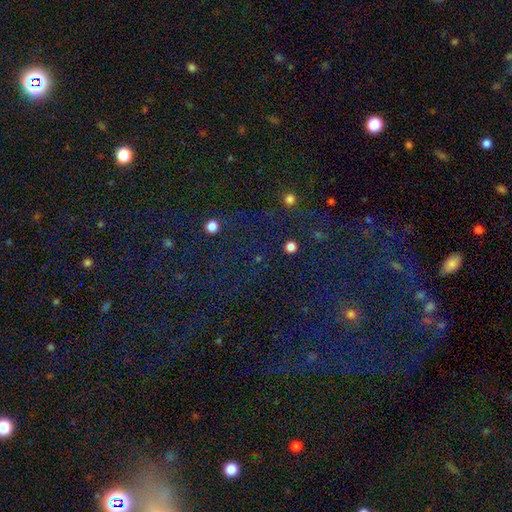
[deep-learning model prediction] This appears to be a star or artifact, not a galaxy (75%).